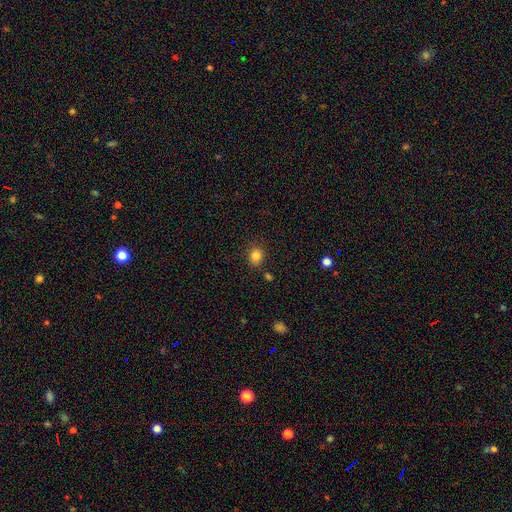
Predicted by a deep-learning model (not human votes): smooth-or-featured: smooth: 83% | star or artifact: 11% | featured or disk: 5%
  how-rounded: round: 70% | in between: 29% | cigar-shaped: 1%
  merging: none: 83% | minor disturbance: 11% | merger: 3% | major disturbance: 3%